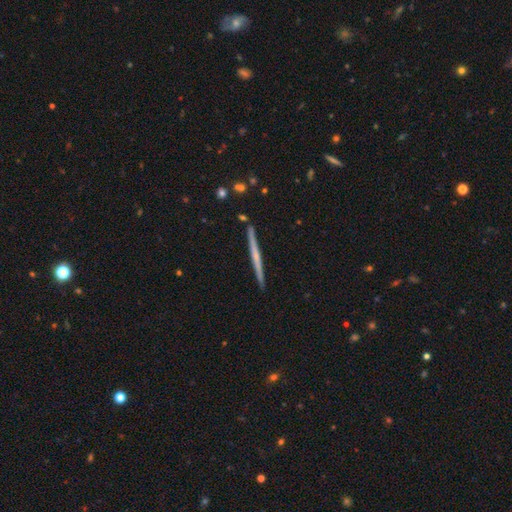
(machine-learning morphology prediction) A featured or disk galaxy (61%) viewed edge-on (98%) with no central bulge (74%). Merging: none (92%).